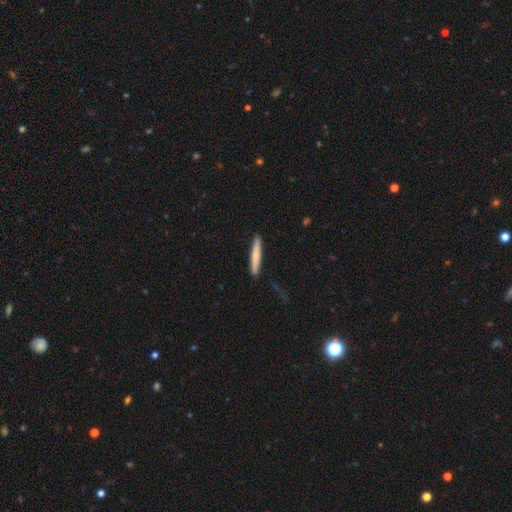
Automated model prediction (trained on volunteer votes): The model was most divided on "smooth or featured": smooth: 71%, featured or disk: 24%, star or artifact: 5%. More confident: how rounded — cigar-shaped (95%); merging — none (90%).